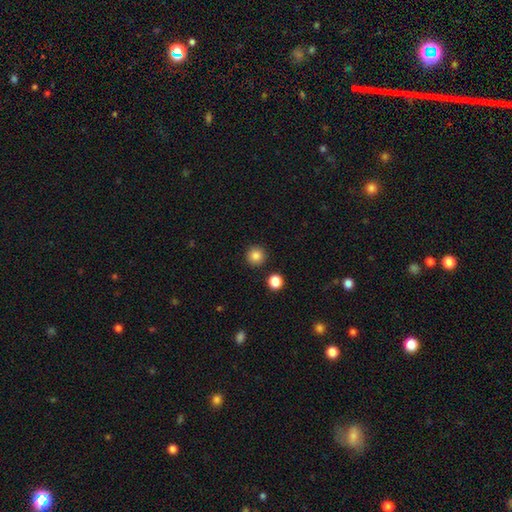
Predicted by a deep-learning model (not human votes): Smooth or featured: smooth — 85% (star or artifact — 11%)
How rounded: round — 96% (in between — 3%)
Merging: none — 92% (minor disturbance — 4%)